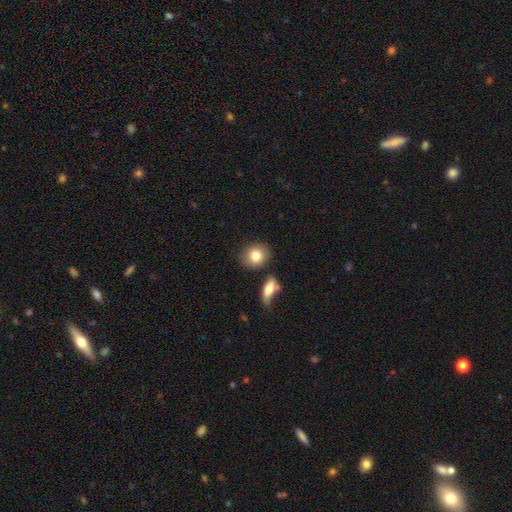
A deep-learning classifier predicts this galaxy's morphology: Q: Smooth or featured?
A: smooth (81%); runner-up: featured or disk (11%)
Q: How rounded?
A: round (64%); runner-up: in between (35%)
Q: Merging?
A: none (78%); runner-up: minor disturbance (11%)